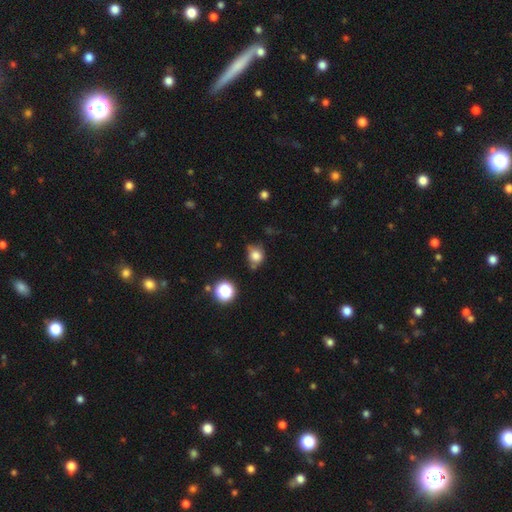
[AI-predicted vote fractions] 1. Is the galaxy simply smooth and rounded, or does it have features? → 75% smooth, 14% star or artifact, 11% featured or disk.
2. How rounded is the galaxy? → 65% round, 34% in between, 1% cigar-shaped.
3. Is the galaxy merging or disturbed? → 51% none, 30% minor disturbance, 11% major disturbance, 8% merger.